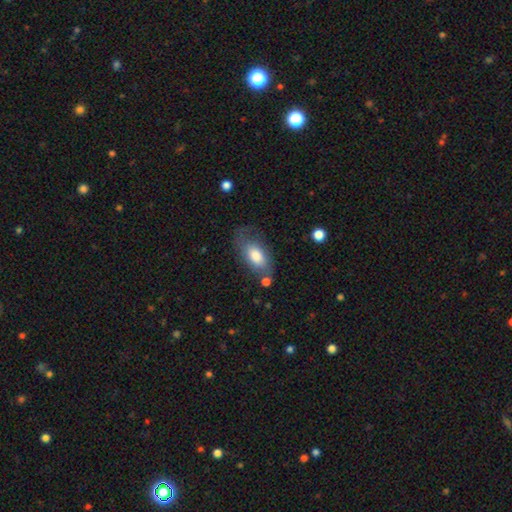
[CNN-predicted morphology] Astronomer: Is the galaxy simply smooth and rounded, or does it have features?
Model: smooth — 71%.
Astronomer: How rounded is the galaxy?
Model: in between — 91%.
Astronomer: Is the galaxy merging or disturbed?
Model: none — 57%.